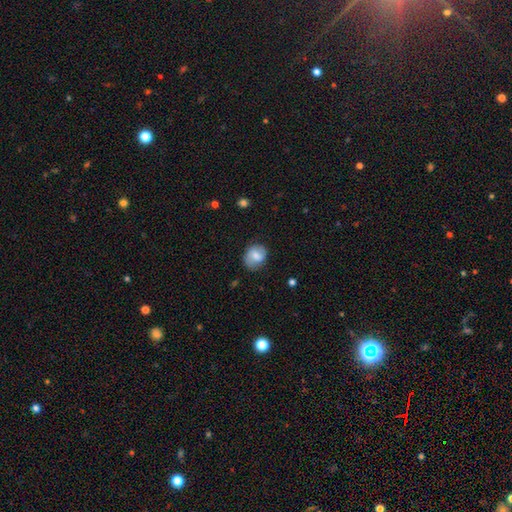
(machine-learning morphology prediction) A smooth galaxy with no disk features (65%) that is round (56%). Merging: none (70%).